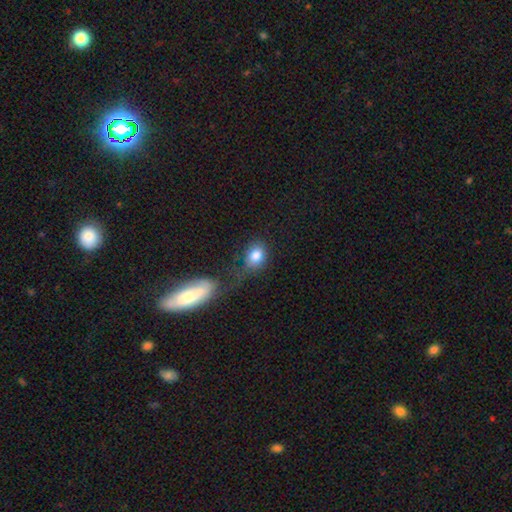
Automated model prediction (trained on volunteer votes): Smooth or featured: smooth — 83% (star or artifact — 9%)
How rounded: in between — 58% (round — 40%)
Merging: none — 51% (minor disturbance — 18%)